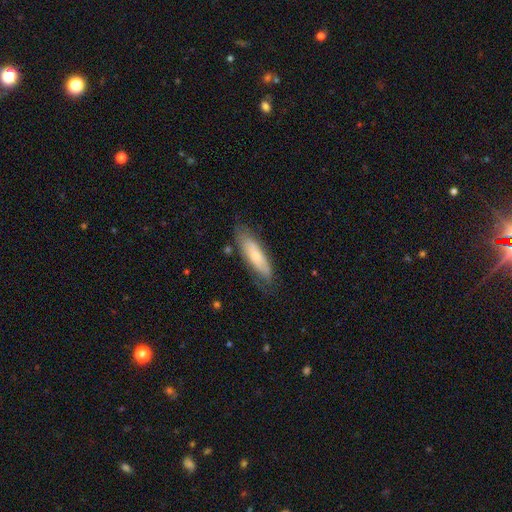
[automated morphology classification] smooth 59%, featured or disk 34%, star or artifact 6%. Down the decision tree: how rounded — cigar-shaped (58%); merging — none (71%).